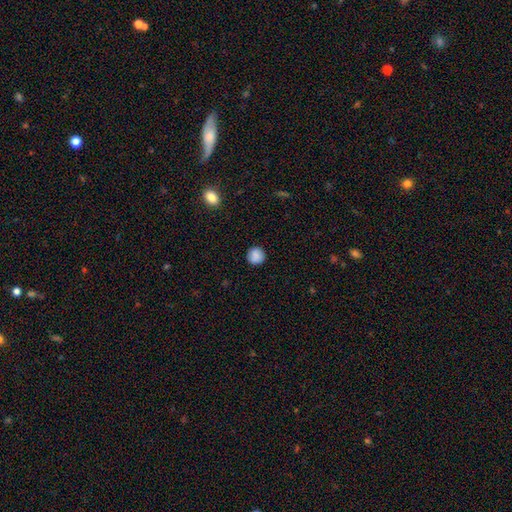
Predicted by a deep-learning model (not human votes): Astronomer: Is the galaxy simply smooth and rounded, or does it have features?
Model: smooth — 87%.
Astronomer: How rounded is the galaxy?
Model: round — 94%.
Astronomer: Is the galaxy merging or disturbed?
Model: none — 89%.